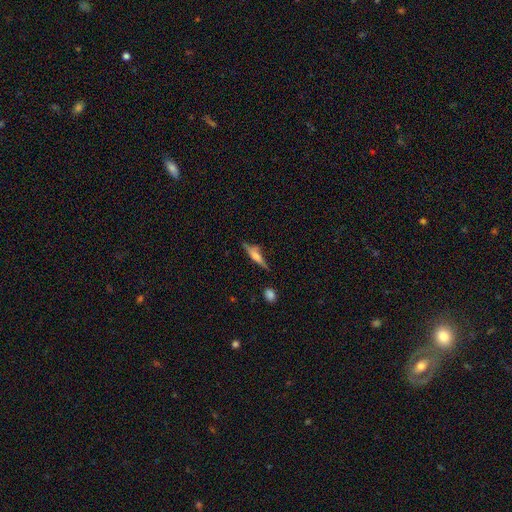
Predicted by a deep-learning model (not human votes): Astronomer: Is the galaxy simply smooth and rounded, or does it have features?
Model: featured or disk — 51% (runner-up: smooth, 41%).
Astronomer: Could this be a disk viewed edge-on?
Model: yes — 93%.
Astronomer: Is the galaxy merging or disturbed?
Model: none — 70%.